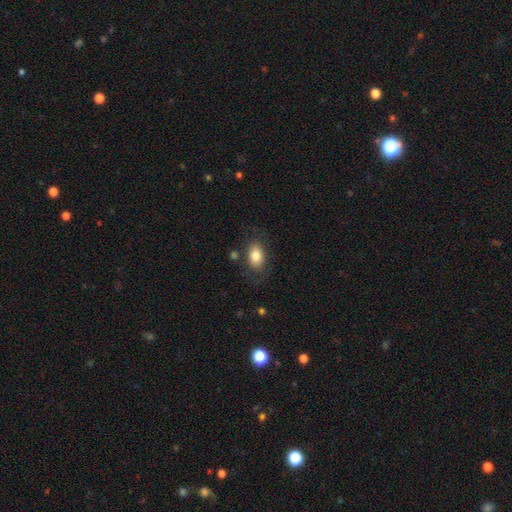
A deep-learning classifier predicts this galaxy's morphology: Smooth or featured? smooth (80%)
How rounded? in between (85%)
Merging? none (78%)